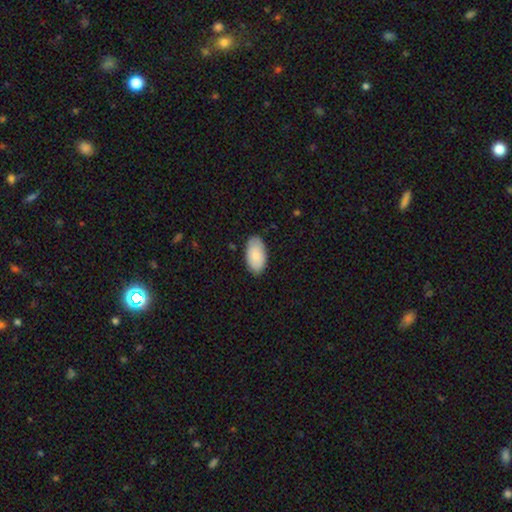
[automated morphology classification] smooth-or-featured: smooth: 84% | featured or disk: 11% | star or artifact: 6%
  how-rounded: in between: 96% | round: 3% | cigar-shaped: 1%
  merging: none: 84% | minor disturbance: 13% | major disturbance: 2% | merger: 1%